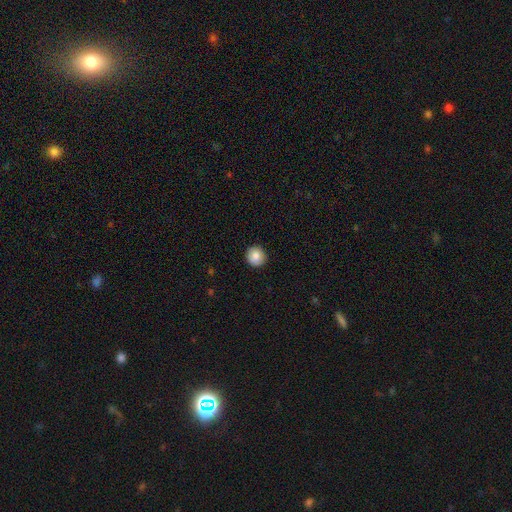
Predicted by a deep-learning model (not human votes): Smooth or featured? Predicted: smooth (p=0.82). How rounded? Predicted: round (p=0.93). Merging? Predicted: none (p=0.92).